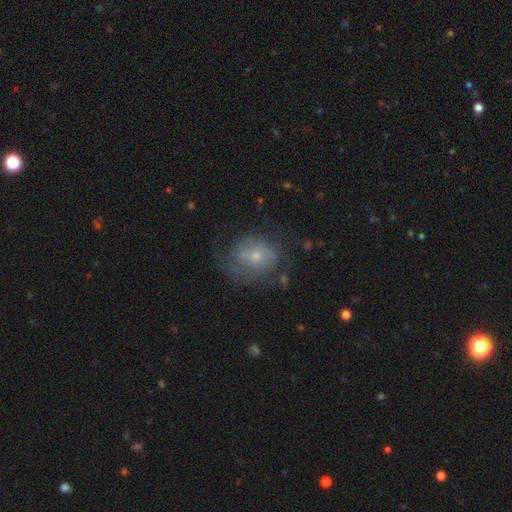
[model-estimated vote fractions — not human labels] Smooth or featured? Predicted: featured or disk (p=0.55). Edge-on disk? Predicted: no (p=0.97). Bar? Predicted: no (p=0.74). Spiral arms? Predicted: yes (p=0.70). Bulge size? Predicted: small (p=0.57). Merging? Predicted: none (p=0.53).